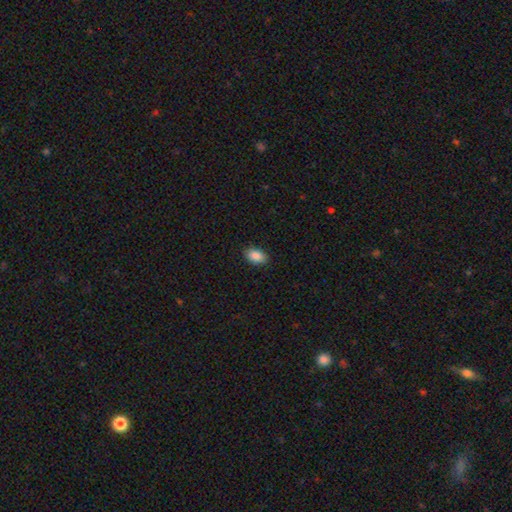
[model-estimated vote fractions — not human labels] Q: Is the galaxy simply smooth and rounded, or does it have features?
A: smooth — 89%.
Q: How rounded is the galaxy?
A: in between — 90%.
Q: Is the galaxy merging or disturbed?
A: none — 88%.